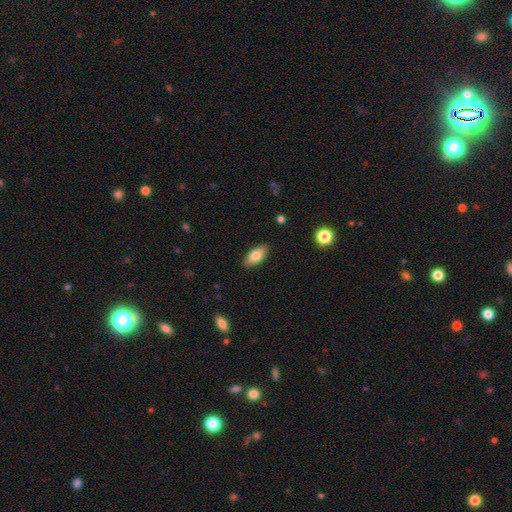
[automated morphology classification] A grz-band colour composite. It shows a smooth galaxy with no disk features (79%) that is in between round and cigar-shaped (86%). Merging: none (88%).